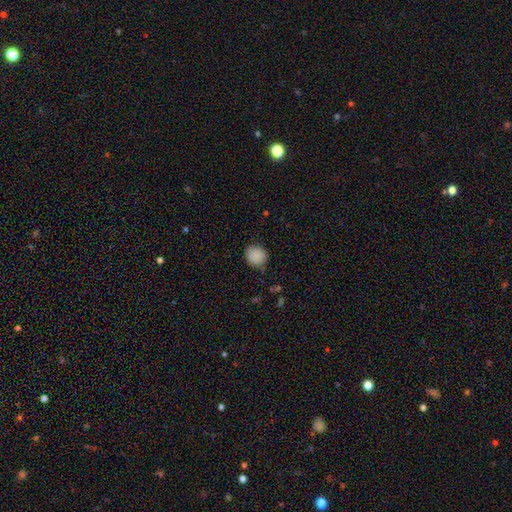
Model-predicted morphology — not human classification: Overall: smooth (87%). How rounded: round (79%). Merging: none (80%).